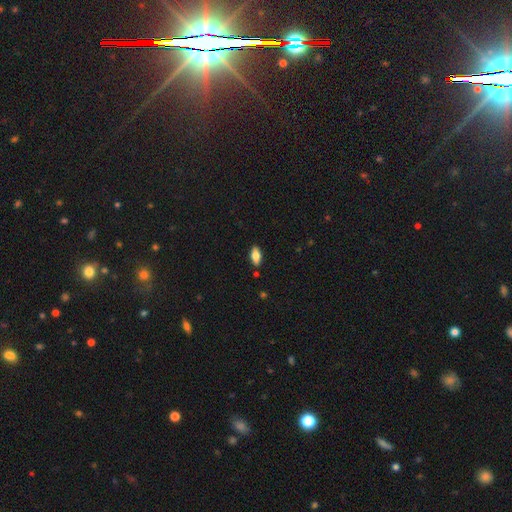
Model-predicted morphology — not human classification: This is likely a smooth galaxy (75%). How rounded: clearly in between (87%). Merging: clearly none (87%).